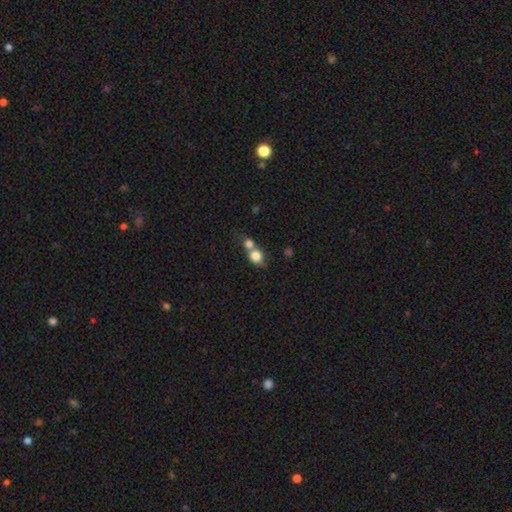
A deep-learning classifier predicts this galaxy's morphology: Overall: smooth (79%). How rounded: round (68%; in between 30%). Merging: merger (60%; none 28%).